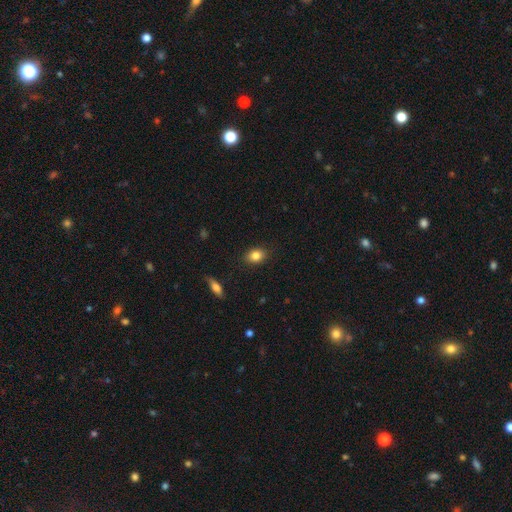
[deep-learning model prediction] smooth-or-featured: smooth: 83% | star or artifact: 9% | featured or disk: 8%
  how-rounded: in between: 62% | round: 36% | cigar-shaped: 2%
  merging: none: 87% | minor disturbance: 9% | major disturbance: 2% | merger: 1%